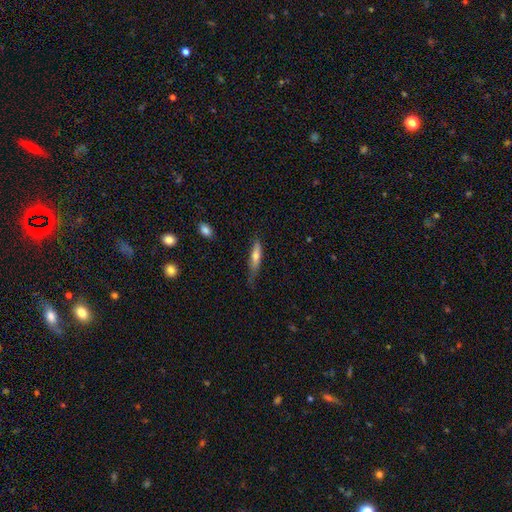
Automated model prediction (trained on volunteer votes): smooth 65%, featured or disk 28%, star or artifact 6%. Down the decision tree: how rounded — cigar-shaped (72%); merging — none (57%).